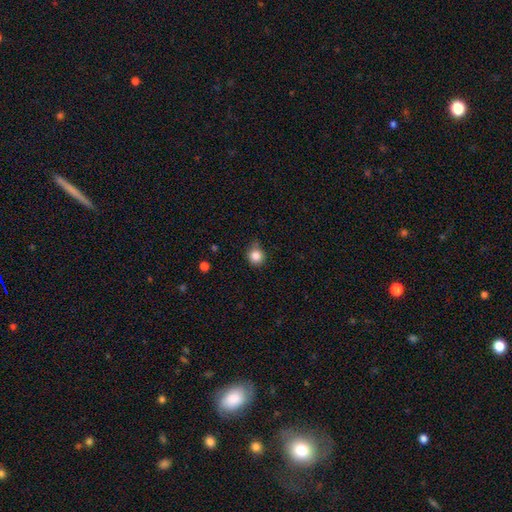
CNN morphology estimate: Smooth or featured?
  - smooth: 84% *
  - star or artifact: 11%
  - featured or disk: 5%
How rounded?
  - round: 89% *
  - in between: 10%
  - cigar-shaped: 1%
Merging?
  - none: 72% *
  - minor disturbance: 22%
  - major disturbance: 4%
  - merger: 2%